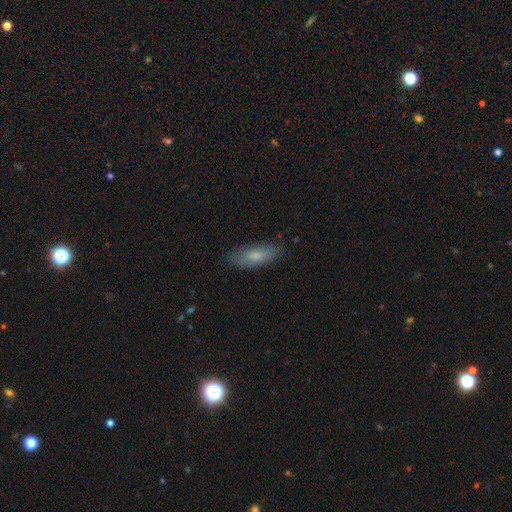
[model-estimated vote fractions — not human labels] Q: Smooth or featured?
A: smooth (76%); runner-up: featured or disk (17%)
Q: How rounded?
A: in between (65%); runner-up: cigar-shaped (33%)
Q: Merging?
A: none (81%); runner-up: minor disturbance (15%)